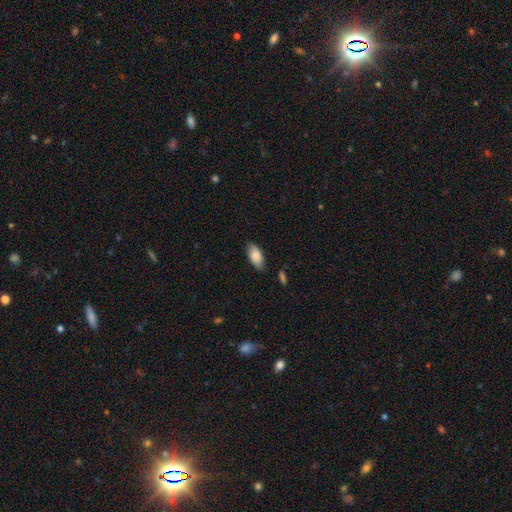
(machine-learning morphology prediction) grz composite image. It shows a smooth galaxy with no disk features (84%) that is in between round and cigar-shaped (91%). Merging: none (82%).